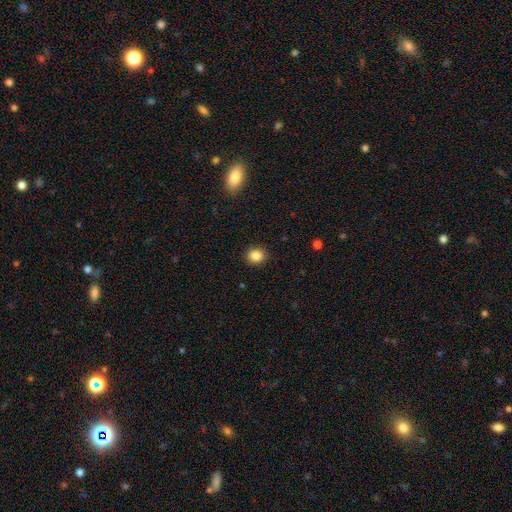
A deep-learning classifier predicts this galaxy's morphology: Smooth or featured: smooth — 86% (star or artifact — 10%)
How rounded: round — 81% (in between — 18%)
Merging: none — 90% (minor disturbance — 6%)